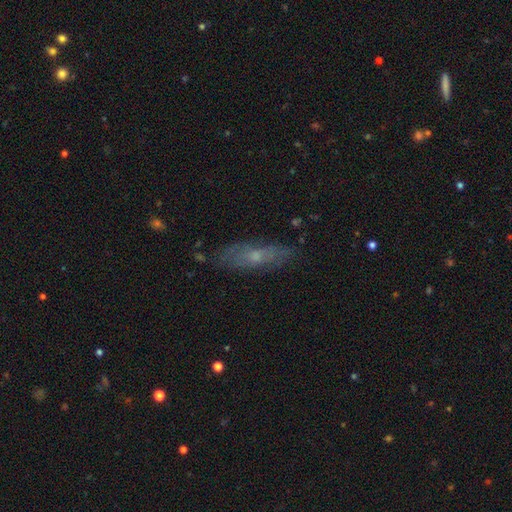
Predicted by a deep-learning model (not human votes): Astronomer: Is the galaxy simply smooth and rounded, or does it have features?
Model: smooth — 45%, tied with featured or disk at 45%.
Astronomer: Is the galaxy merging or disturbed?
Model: none — 76%.